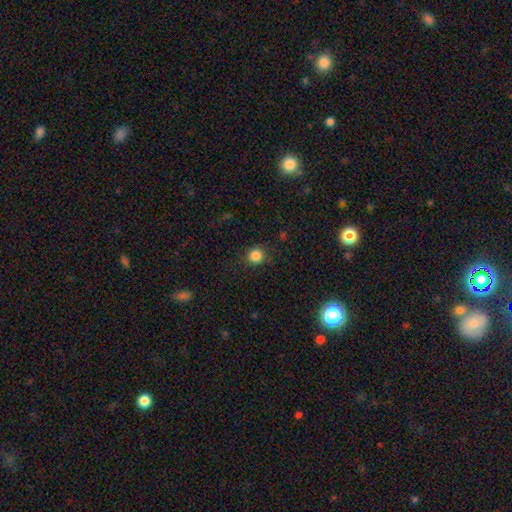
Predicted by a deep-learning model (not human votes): A smooth galaxy with no disk features (84%) that is round (93%). Merging: none (88%).